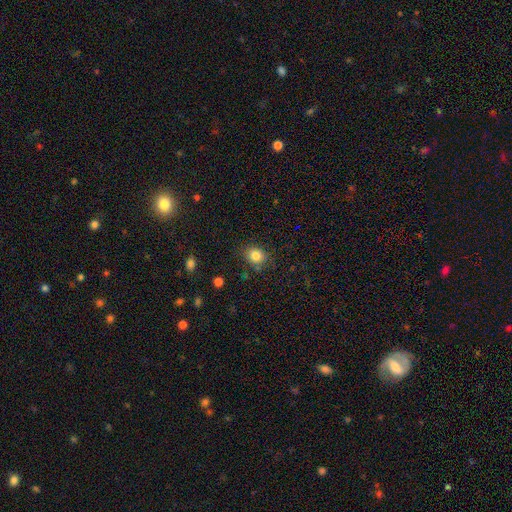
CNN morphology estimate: A smooth galaxy with no disk features (83%) that is round (60%). Merging: none (81%).